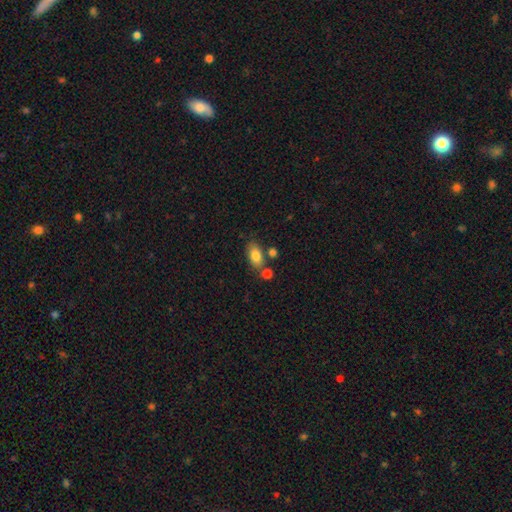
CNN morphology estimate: This is clearly a smooth galaxy (82%). How rounded: clearly in between (89%). Merging: likely none (67%).